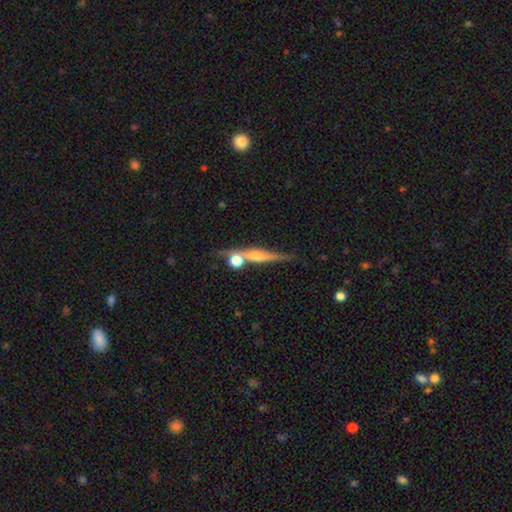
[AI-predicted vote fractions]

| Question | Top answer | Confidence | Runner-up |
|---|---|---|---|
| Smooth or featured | featured or disk | 62% | smooth (29%) |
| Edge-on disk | yes | 92% | no (8%) |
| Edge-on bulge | rounded | 76% | none (14%) |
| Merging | none | 64% | merger (18%) |